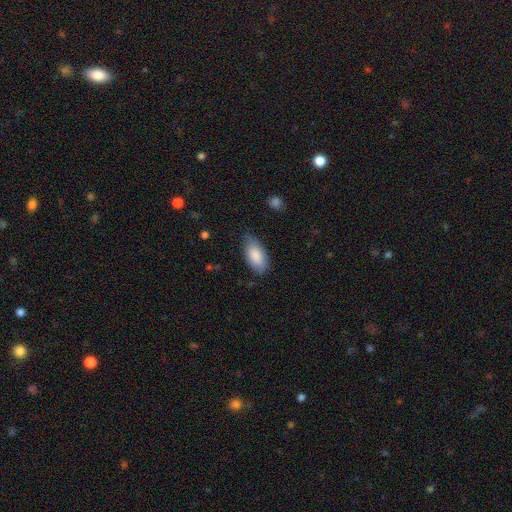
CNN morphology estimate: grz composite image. It shows a smooth galaxy with no disk features (86%) that is in between round and cigar-shaped (92%). Merging: none (68%).